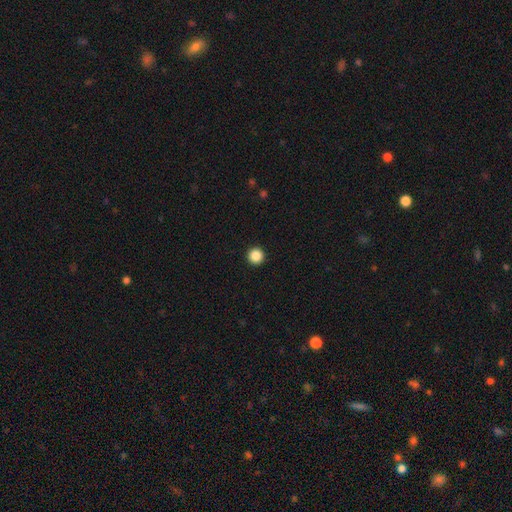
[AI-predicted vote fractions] A smooth galaxy with no disk features (87%) that is round (97%). Merging: none (94%).